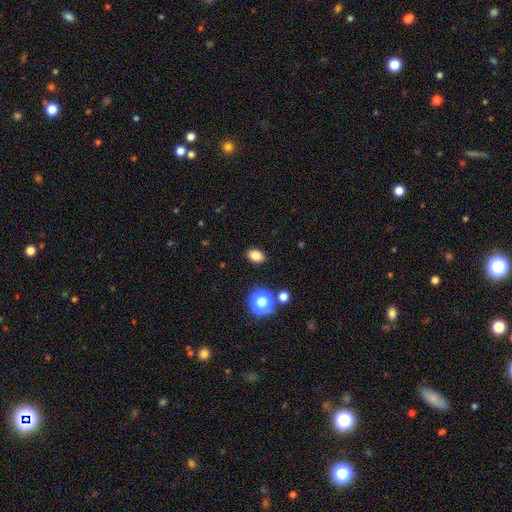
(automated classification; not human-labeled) Smooth or featured?
  - smooth: 82% *
  - star or artifact: 13%
  - featured or disk: 5%
How rounded?
  - in between: 74% *
  - round: 25%
  - cigar-shaped: 1%
Merging?
  - none: 88% *
  - minor disturbance: 8%
  - major disturbance: 2%
  - merger: 2%